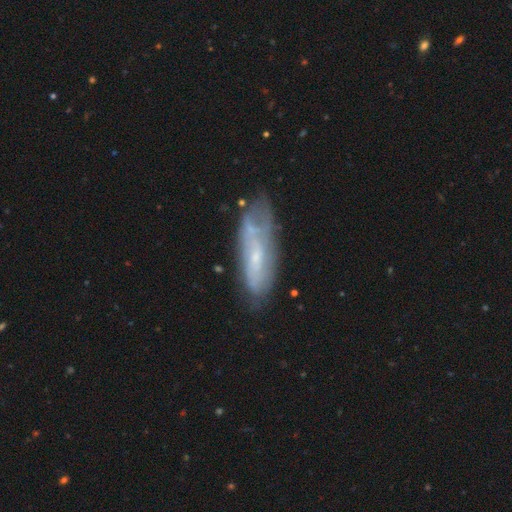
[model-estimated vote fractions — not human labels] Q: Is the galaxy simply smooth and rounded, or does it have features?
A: featured or disk — 55%.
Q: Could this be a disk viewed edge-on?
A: no — 77%.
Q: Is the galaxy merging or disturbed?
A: none — 64%.